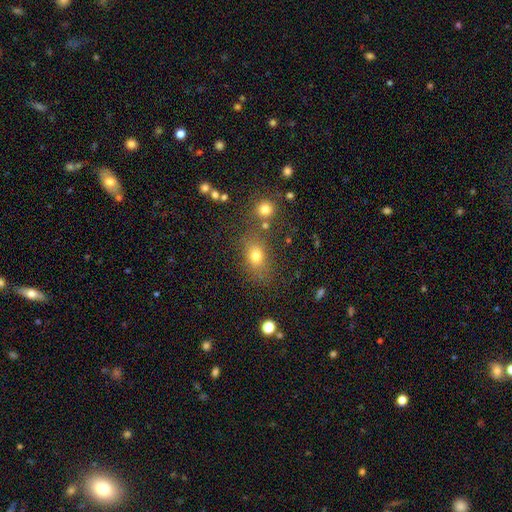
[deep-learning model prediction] A smooth galaxy with no disk features (73%) that is in between round and cigar-shaped (67%). Merging: none (70%).